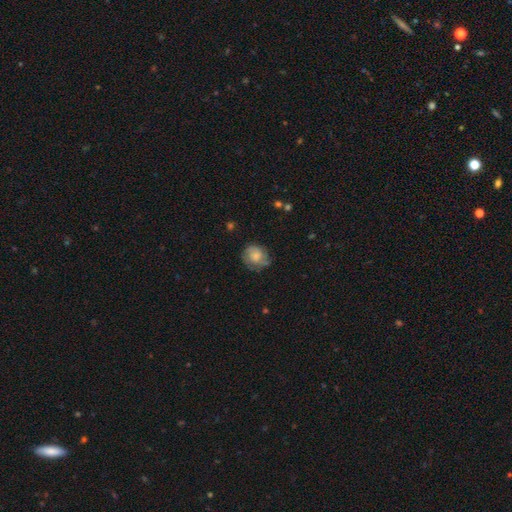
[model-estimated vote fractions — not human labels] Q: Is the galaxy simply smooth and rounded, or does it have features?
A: smooth — 46%, tied with featured or disk.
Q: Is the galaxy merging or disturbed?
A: none — 64%.